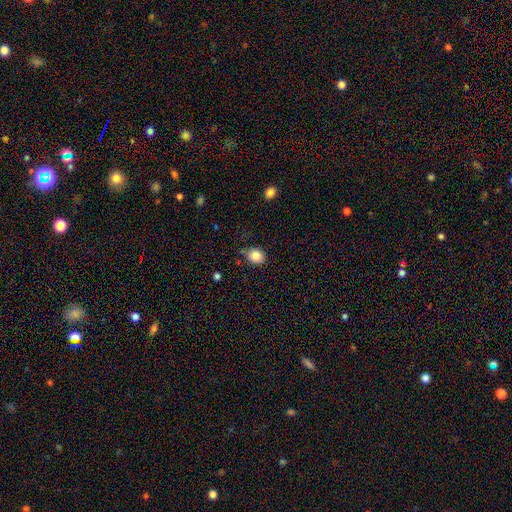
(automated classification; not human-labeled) Overall: smooth (85%). How rounded: round (61%; in between 38%). Merging: none (74%).